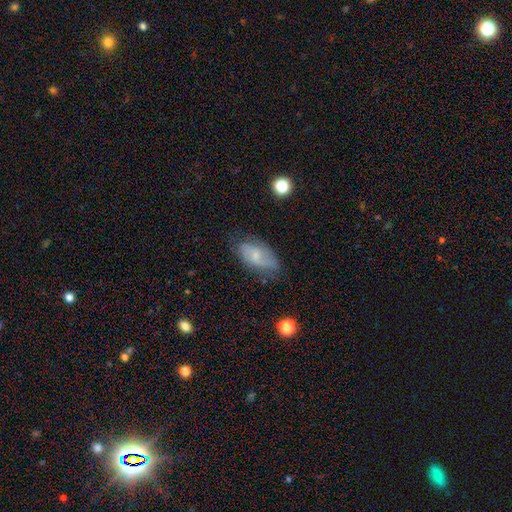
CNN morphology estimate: The model was most divided on "smooth or featured" (2-way tie): smooth: 46%, featured or disk: 46%, star or artifact: 8%. More confident: merging — none (65%).